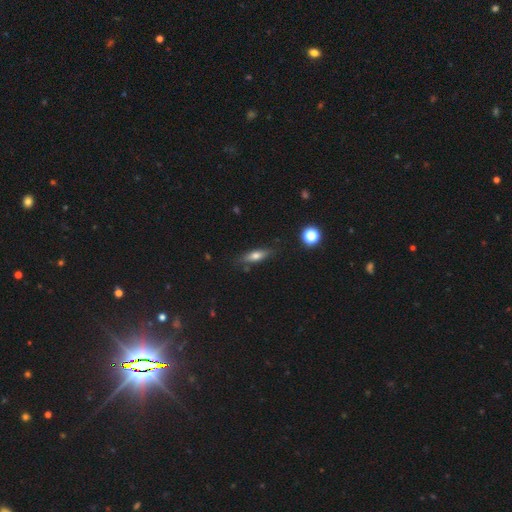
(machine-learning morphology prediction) This is likely a smooth galaxy (64%). How rounded: possibly cigar-shaped (48%, tied with in between). Merging: clearly none (81%).